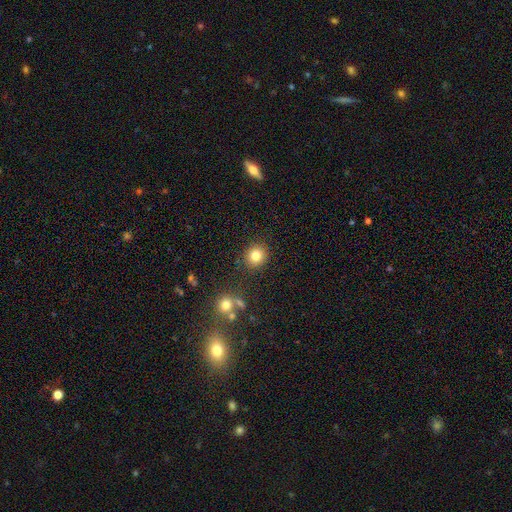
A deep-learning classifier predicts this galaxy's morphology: Smooth or featured? Predicted: smooth (p=0.81). How rounded? Predicted: round (p=0.87). Merging? Predicted: none (p=0.87).